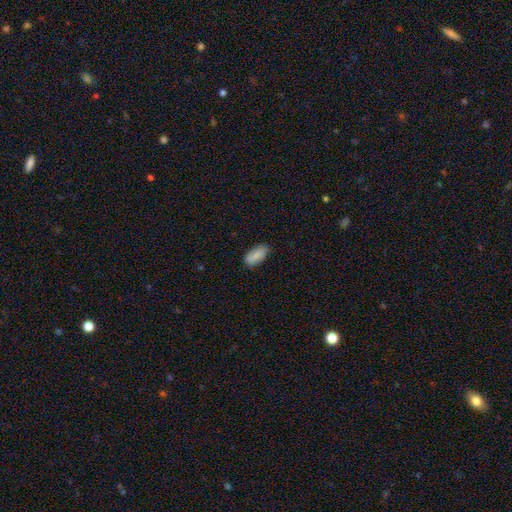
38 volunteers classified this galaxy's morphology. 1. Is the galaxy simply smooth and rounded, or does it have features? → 87% smooth, 13% featured or disk, 0% star or artifact.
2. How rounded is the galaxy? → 97% in between, 3% cigar-shaped, 0% round.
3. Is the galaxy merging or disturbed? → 84% none, 11% minor disturbance, 5% merger, 0% major disturbance.